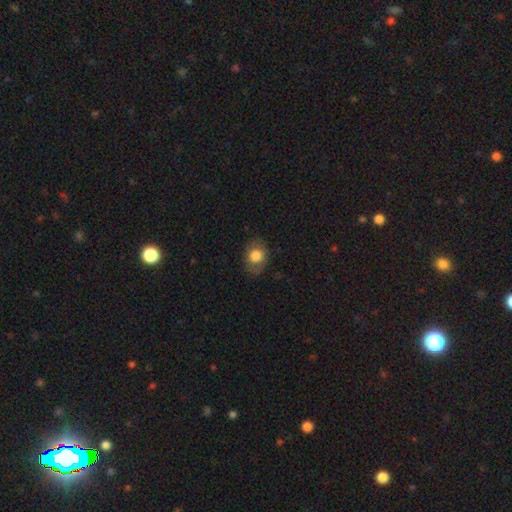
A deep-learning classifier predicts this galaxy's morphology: Smooth or featured? smooth (73%)
How rounded? in between (55%)
Merging? none (78%)